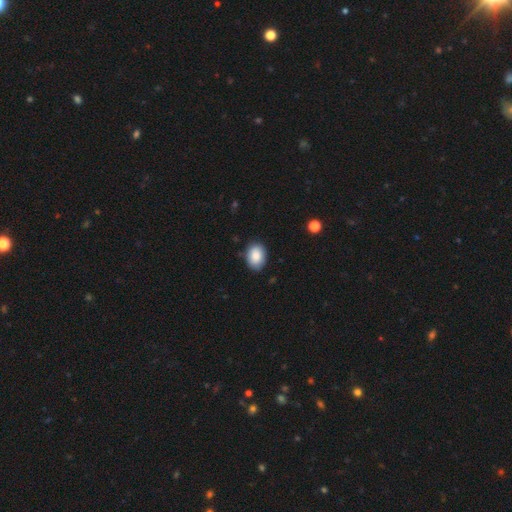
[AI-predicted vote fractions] Smooth or featured?
  - smooth: 87% *
  - star or artifact: 7%
  - featured or disk: 6%
How rounded?
  - in between: 75% *
  - round: 24%
  - cigar-shaped: 1%
Merging?
  - none: 83% *
  - minor disturbance: 14%
  - major disturbance: 2%
  - merger: 1%